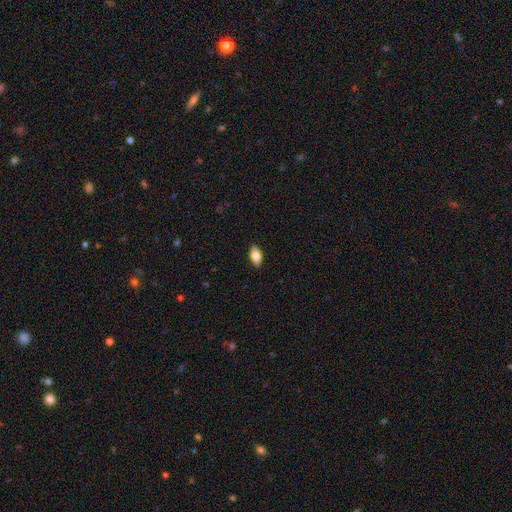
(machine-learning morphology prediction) smooth-or-featured: smooth: 78% | featured or disk: 15% | star or artifact: 7%
  how-rounded: in between: 90% | cigar-shaped: 6% | round: 4%
  merging: none: 89% | minor disturbance: 8% | major disturbance: 2% | merger: 1%